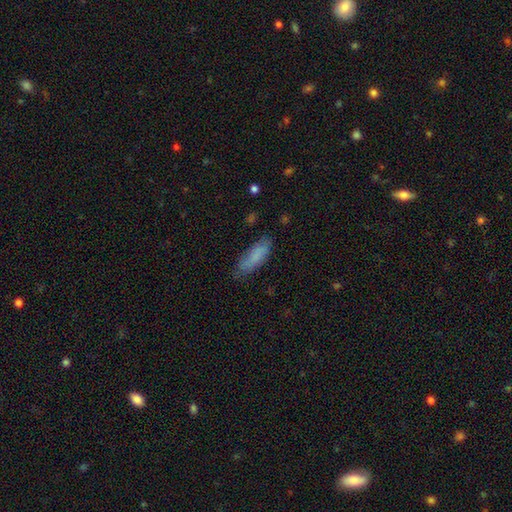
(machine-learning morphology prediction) Smooth or featured: smooth — 81% (featured or disk — 12%)
How rounded: in between — 53% (cigar-shaped — 45%)
Merging: none — 69% (minor disturbance — 23%)